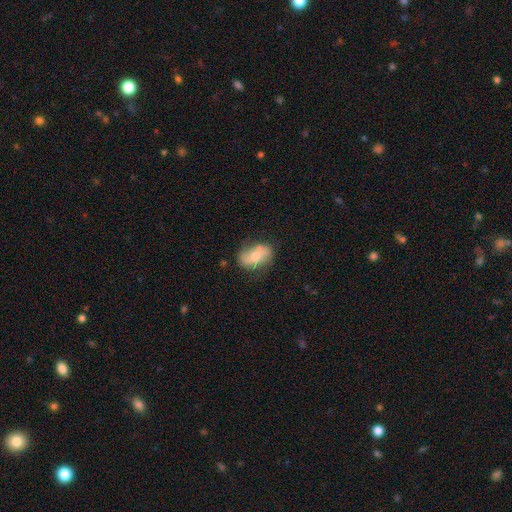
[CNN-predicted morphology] smooth 55%, featured or disk 38%, star or artifact 7%. Down the decision tree: how rounded — in between (86%); merging — none (67%).